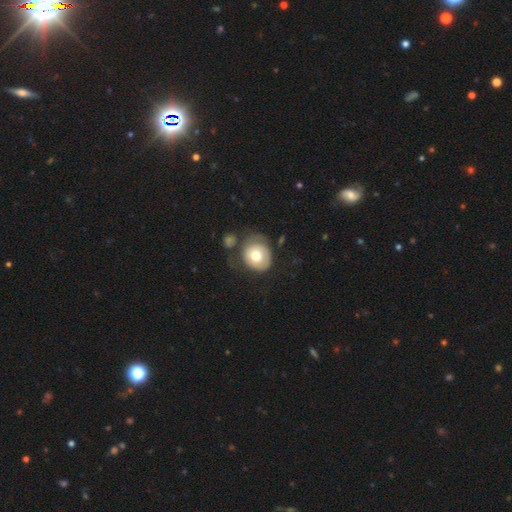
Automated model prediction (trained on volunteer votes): smooth-or-featured: smooth: 68% | featured or disk: 25% | star or artifact: 7%
  how-rounded: round: 73% | in between: 26% | cigar-shaped: 1%
  merging: none: 46% | minor disturbance: 29% | major disturbance: 18% | merger: 8%